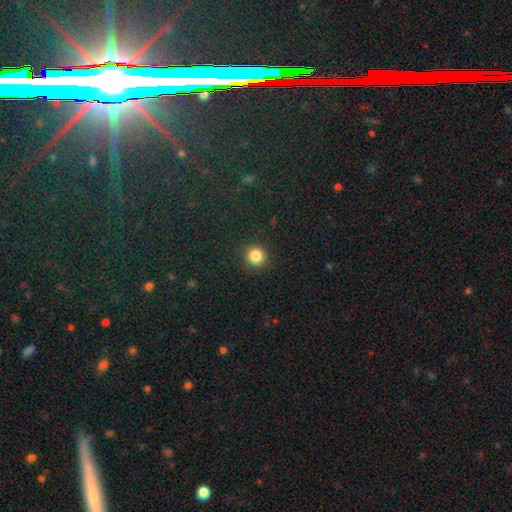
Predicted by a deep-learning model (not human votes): Morphology: type=smooth (85%); roundness=round (94%); merging=none (91%).